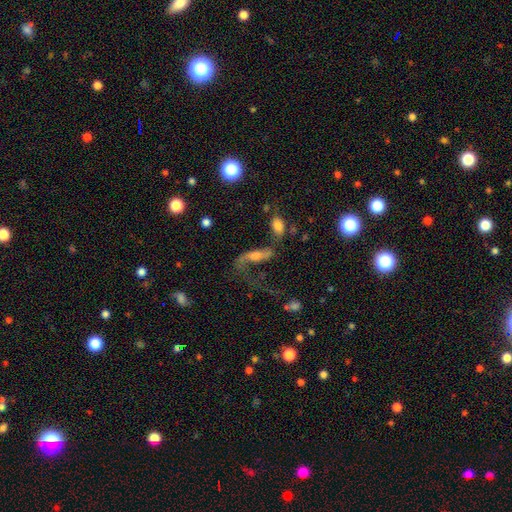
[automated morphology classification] This appears to be a featured or disk galaxy (61%) with no bar (49%), spiral arms (77%) and a moderate central bulge (37%). Merging: none (36%).